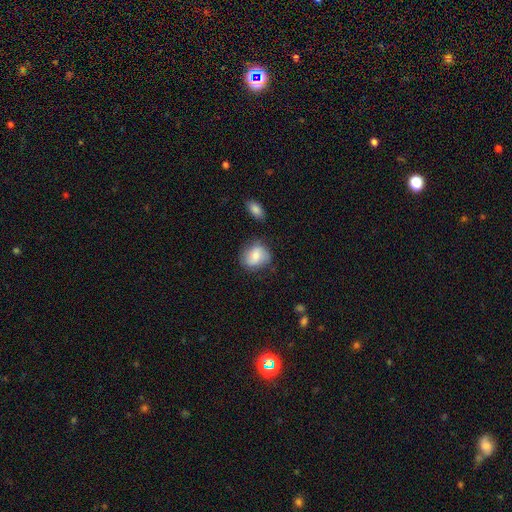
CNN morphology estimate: Smooth or featured?
  - smooth: 73% *
  - featured or disk: 20%
  - star or artifact: 7%
How rounded?
  - round: 52% *
  - in between: 46%
  - cigar-shaped: 1%
Merging?
  - none: 65% *
  - minor disturbance: 24%
  - major disturbance: 7%
  - merger: 4%